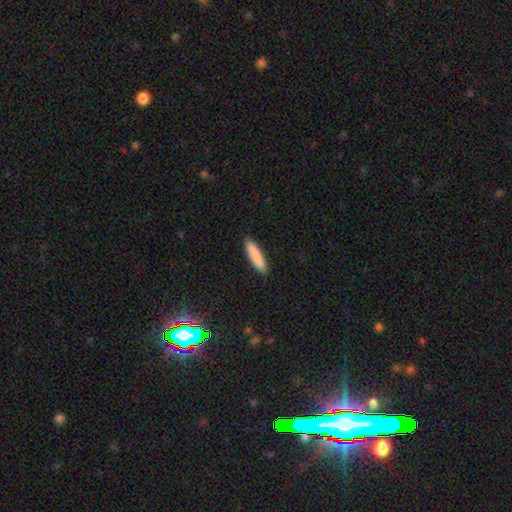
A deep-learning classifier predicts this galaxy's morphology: This is clearly a smooth galaxy (87%). How rounded: clearly cigar-shaped (81%). Merging: clearly none (91%).